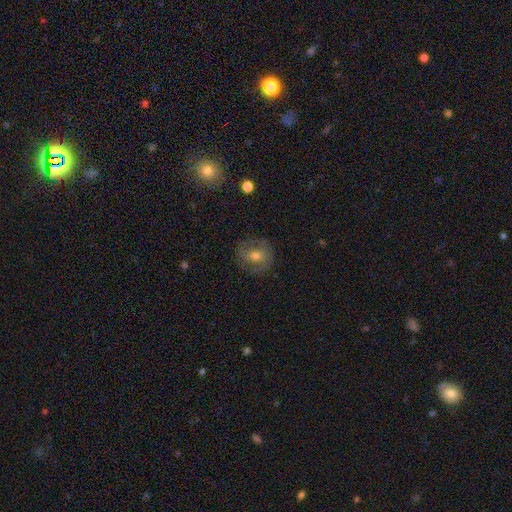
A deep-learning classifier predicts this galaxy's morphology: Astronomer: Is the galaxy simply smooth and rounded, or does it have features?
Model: featured or disk — 47% (runner-up: smooth, 42%).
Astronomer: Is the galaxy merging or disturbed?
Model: none — 78%.